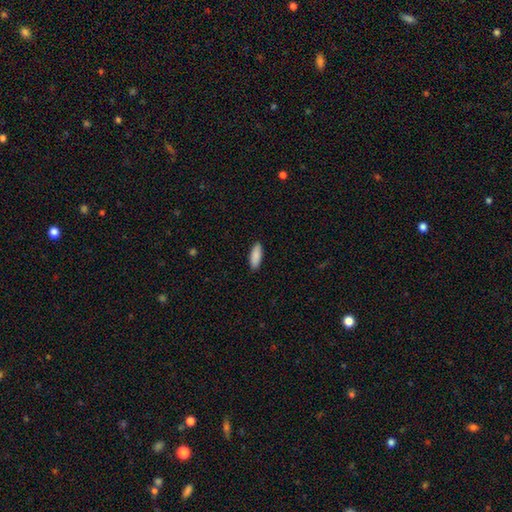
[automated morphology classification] type=smooth (89%); roundness=in between (70%); merging=none (90%).